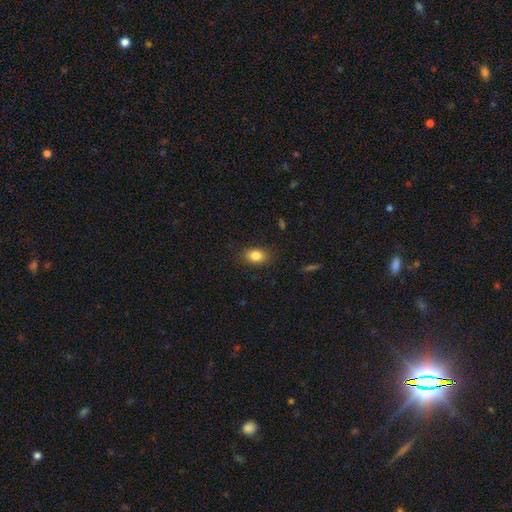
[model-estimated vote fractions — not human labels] The model was most divided on "how rounded": in between: 77%, round: 21%, cigar-shaped: 2%. More confident: smooth or featured — smooth (84%); merging — none (84%).